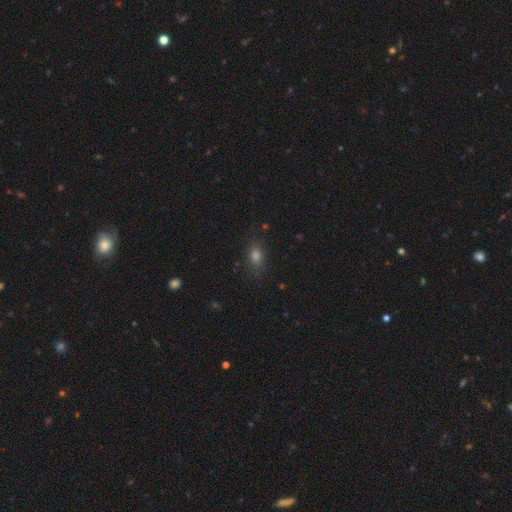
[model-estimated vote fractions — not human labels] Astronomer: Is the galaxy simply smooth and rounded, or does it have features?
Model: smooth — 71%.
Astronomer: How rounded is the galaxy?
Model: in between — 71%.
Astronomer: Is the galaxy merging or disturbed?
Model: none — 81%.